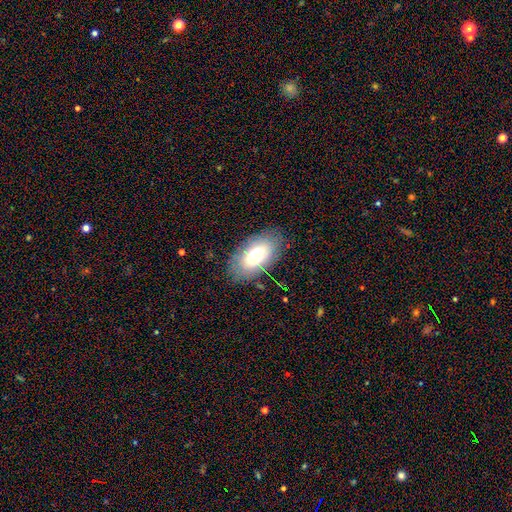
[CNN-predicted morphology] type=smooth (68%); roundness=in between (93%); merging=none (81%).